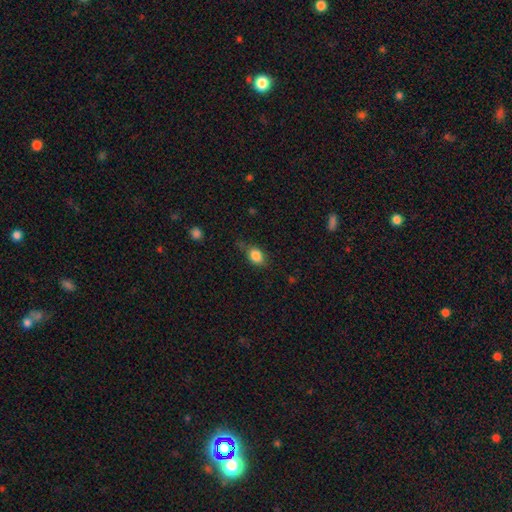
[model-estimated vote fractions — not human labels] smooth_or_featured: smooth (p=0.85) [alt: star or artifact p=0.09]
how_rounded: in between (p=0.73) [alt: round p=0.25]
merging: none (p=0.62) [alt: minor disturbance p=0.26]